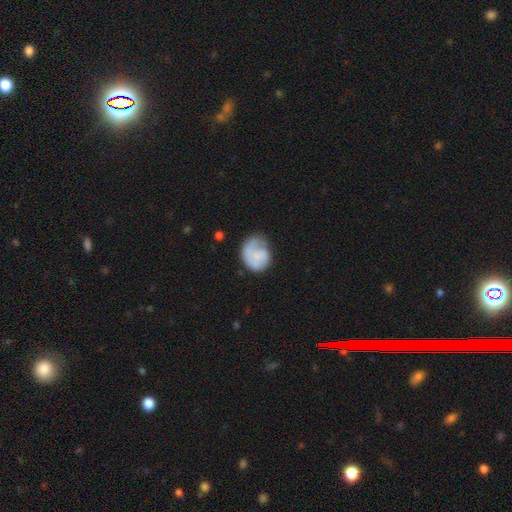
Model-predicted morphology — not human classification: Smooth or featured? Predicted: smooth (p=0.51). How rounded? Predicted: round (p=0.59). Merging? Predicted: none (p=0.45).